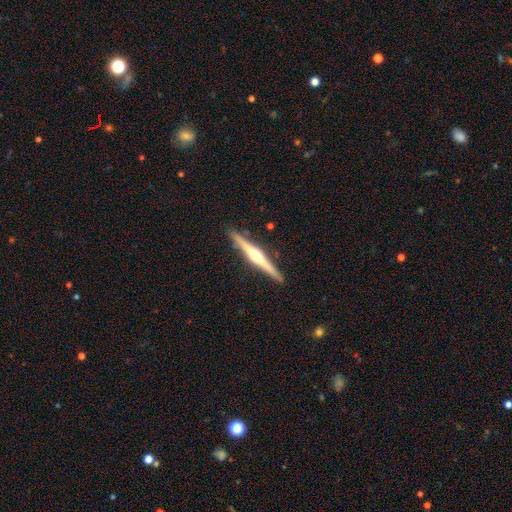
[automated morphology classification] smooth-or-featured: featured or disk: 76% | smooth: 19% | star or artifact: 5%
  disk-edge-on: yes: 98% | no: 2%
    edge-on-bulge: rounded: 91% | none: 5% | boxy: 4%
  merging: none: 90% | minor disturbance: 7% | major disturbance: 1% | merger: 1%